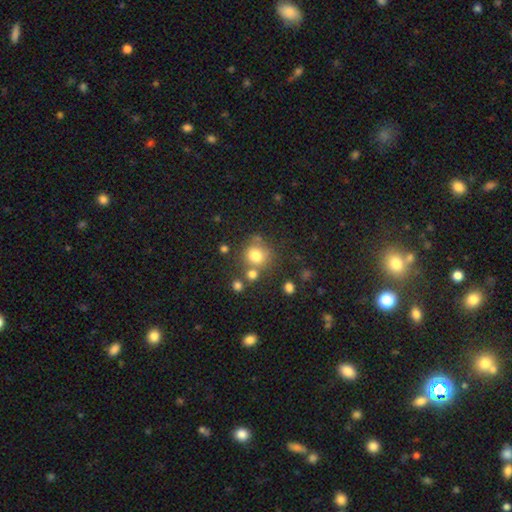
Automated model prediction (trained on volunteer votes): Smooth or featured? smooth (76%)
How rounded? round (85%)
Merging? none (63%)